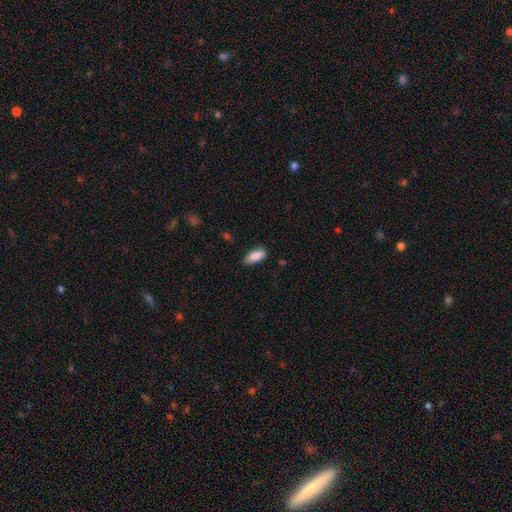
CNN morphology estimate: type=smooth (88%); roundness=in between (87%); merging=none (74%).